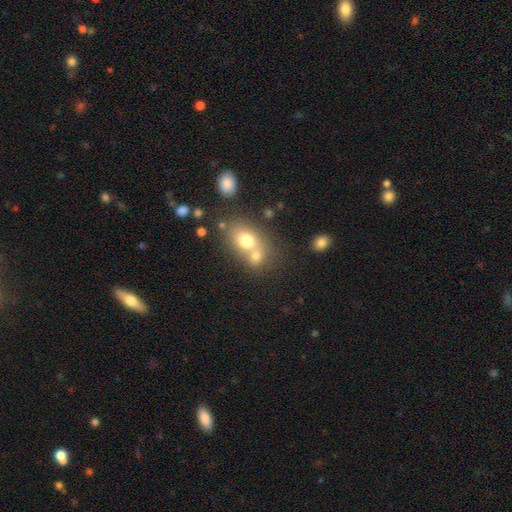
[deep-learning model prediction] smooth_or_featured: smooth (p=0.71) [alt: featured or disk p=0.17]
how_rounded: in between (p=0.49) [tied with: round p=0.49]
merging: merger (p=0.51) [alt: none p=0.36]